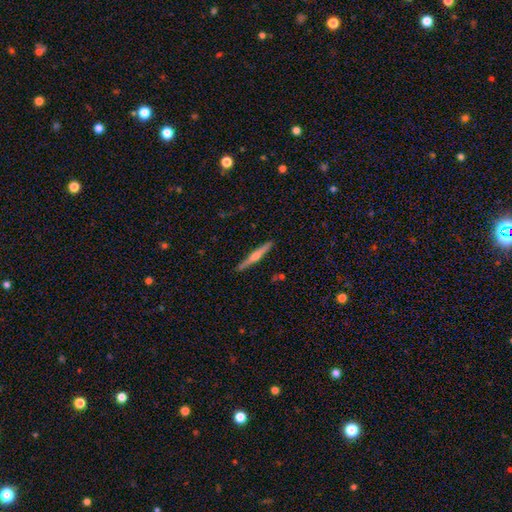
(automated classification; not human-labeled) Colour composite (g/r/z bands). It shows a featured or disk galaxy (69%) viewed edge-on (98%) with a rounded central bulge (80%). Merging: none (91%).